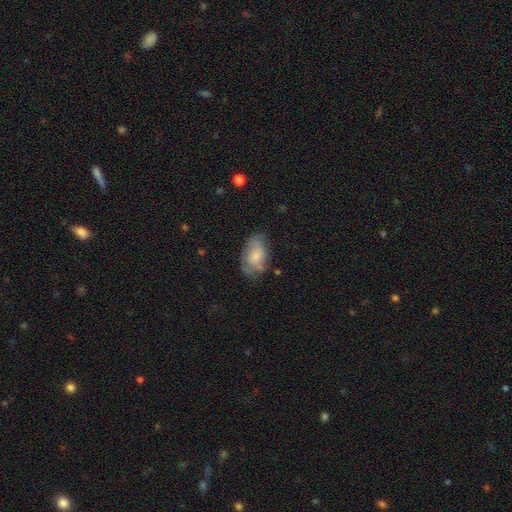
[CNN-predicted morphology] Smooth or featured? Predicted: smooth (p=0.65). How rounded? Predicted: in between (p=0.90). Merging? Predicted: none (p=0.53).